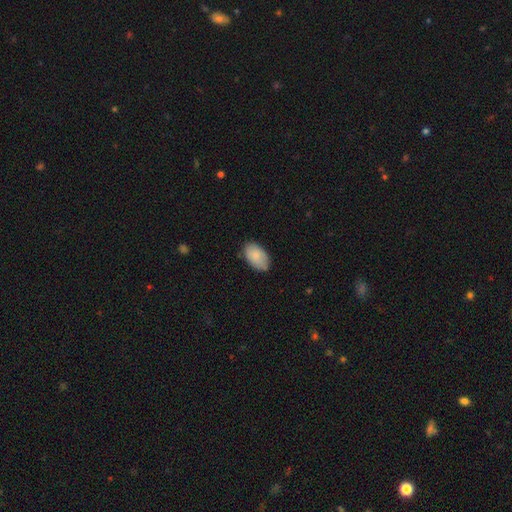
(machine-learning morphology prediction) Smooth or featured: smooth — 85% (featured or disk — 9%)
How rounded: in between — 94% (round — 4%)
Merging: none — 80% (minor disturbance — 16%)